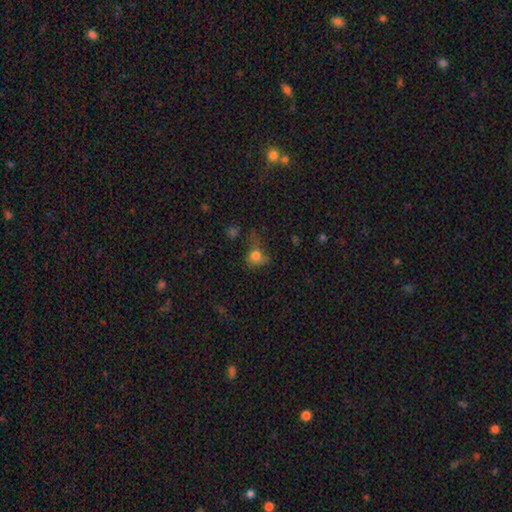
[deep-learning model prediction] Smooth or featured?
  - smooth: 74% *
  - star or artifact: 15%
  - featured or disk: 11%
How rounded?
  - round: 54% *
  - in between: 44%
  - cigar-shaped: 2%
Merging?
  - none: 34% *
  - major disturbance: 29%
  - minor disturbance: 27%
  - merger: 9%